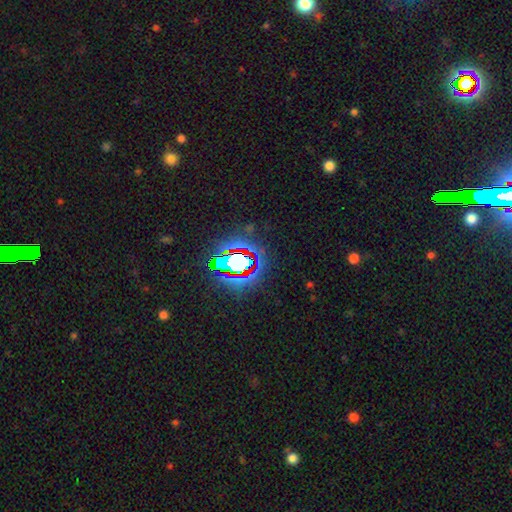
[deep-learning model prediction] This is likely a star or artifact rather than a galaxy (76%).